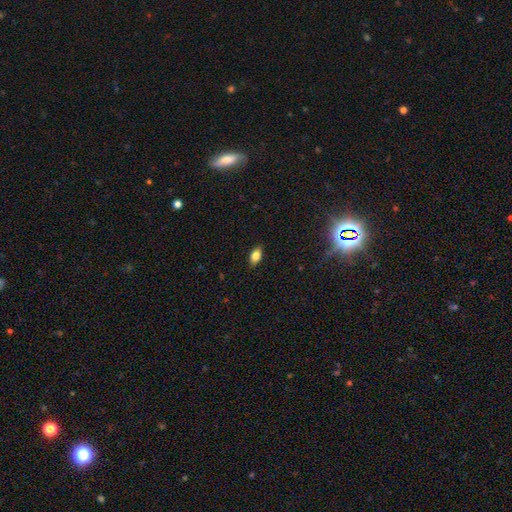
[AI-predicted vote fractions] smooth_or_featured: smooth (p=0.81) [alt: featured or disk p=0.10]
how_rounded: in between (p=0.88) [alt: round p=0.08]
merging: none (p=0.87) [alt: minor disturbance p=0.10]